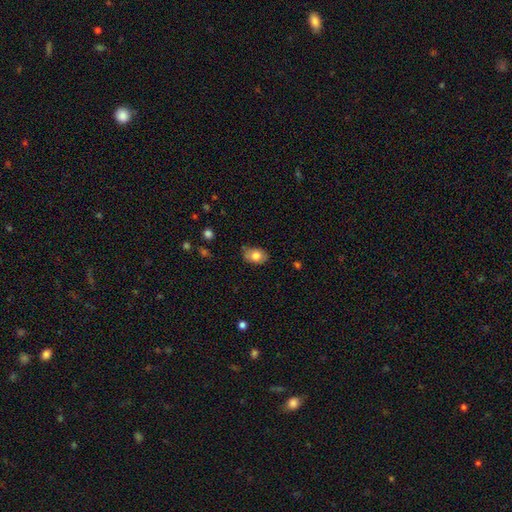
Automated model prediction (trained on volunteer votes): Overall: smooth (77%). How rounded: in between (84%). Merging: none (70%).